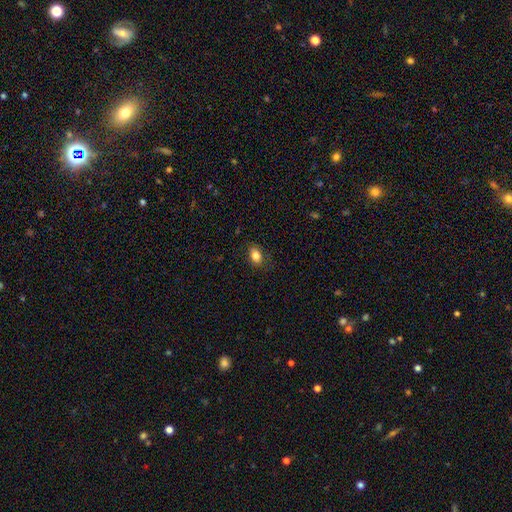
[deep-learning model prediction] smooth 82%, star or artifact 9%, featured or disk 8%. Down the decision tree: how rounded — in between (79%); merging — none (83%).